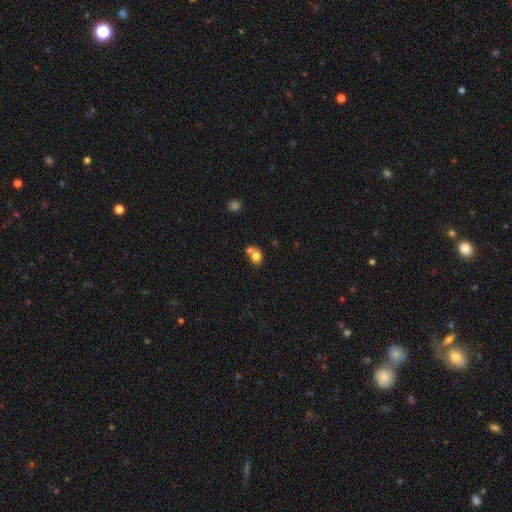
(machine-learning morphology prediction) The model was most divided on "how rounded": round: 54%, in between: 45%, cigar-shaped: 1%. Remaining: smooth or featured — smooth (78%); merging — merger (50%).